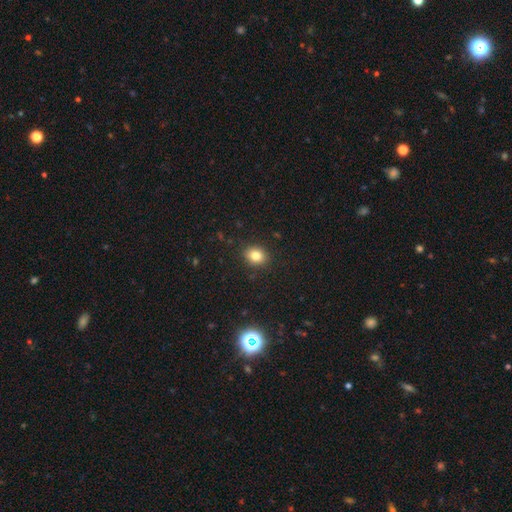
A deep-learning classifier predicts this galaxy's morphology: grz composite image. It shows a smooth galaxy with no disk features (81%) that is round (55%). Merging: none (89%).